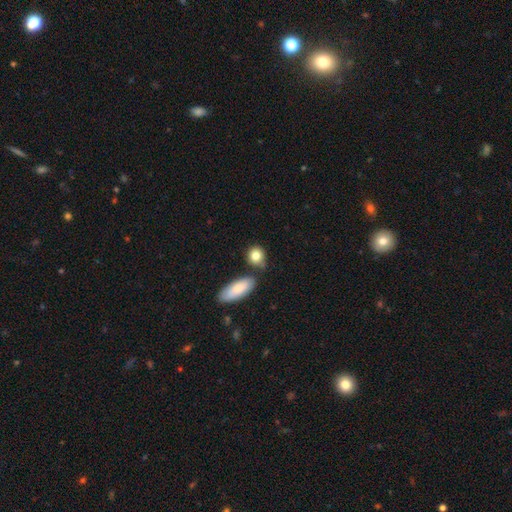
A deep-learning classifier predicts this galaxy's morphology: This is clearly a smooth galaxy (84%). How rounded: possibly round (56%). Merging: likely none (65%).